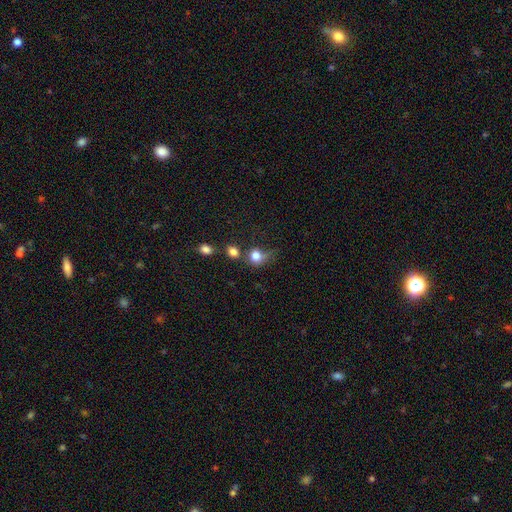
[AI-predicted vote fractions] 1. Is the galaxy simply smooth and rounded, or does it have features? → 77% smooth, 12% star or artifact, 10% featured or disk.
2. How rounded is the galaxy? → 75% round, 23% in between, 1% cigar-shaped.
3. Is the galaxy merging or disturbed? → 41% none, 22% minor disturbance, 20% merger, 17% major disturbance.